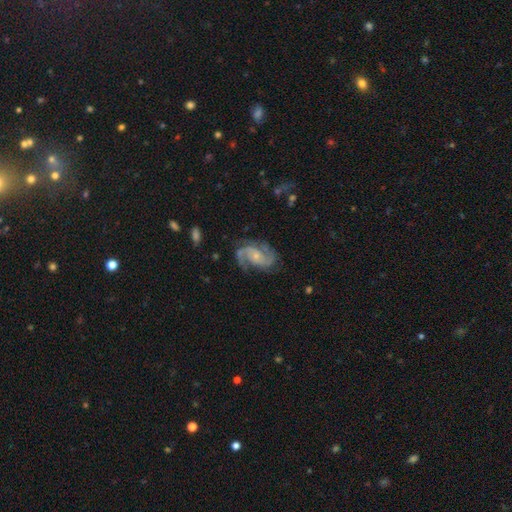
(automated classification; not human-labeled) Smooth or featured: featured or disk — 90% (smooth — 5%)
Edge-on disk: no — 98% (yes — 2%)
Bar: no — 58% (weak — 34%)
Spiral arms: yes — 98% (no — 2%)
Spiral winding: medium — 55% (tight — 24%)
Spiral arm count: 2 — 82% (3 — 7%)
Bulge size: small — 67% (moderate — 25%)
Merging: none — 73% (minor disturbance — 17%)